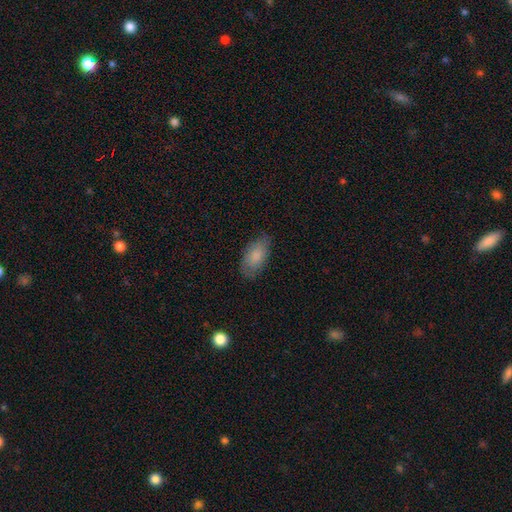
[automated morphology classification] The model was most divided on "merging": none: 78%, minor disturbance: 17%, major disturbance: 4%, merger: 1%. More confident: how rounded — in between (93%); smooth or featured — smooth (82%).